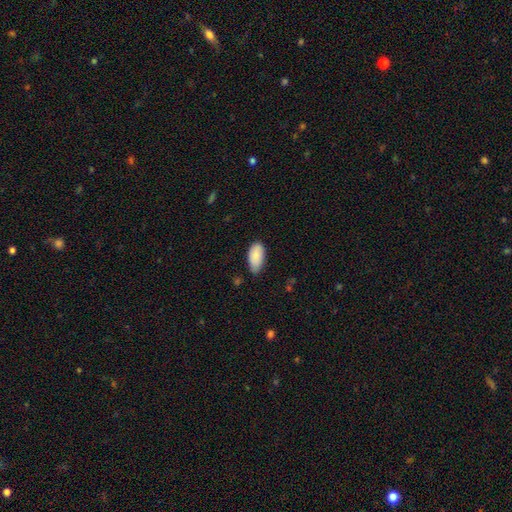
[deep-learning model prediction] smooth-or-featured: smooth: 87% | featured or disk: 7% | star or artifact: 6%
  how-rounded: in between: 94% | cigar-shaped: 4% | round: 2%
  merging: none: 66% | minor disturbance: 29% | major disturbance: 4% | merger: 2%